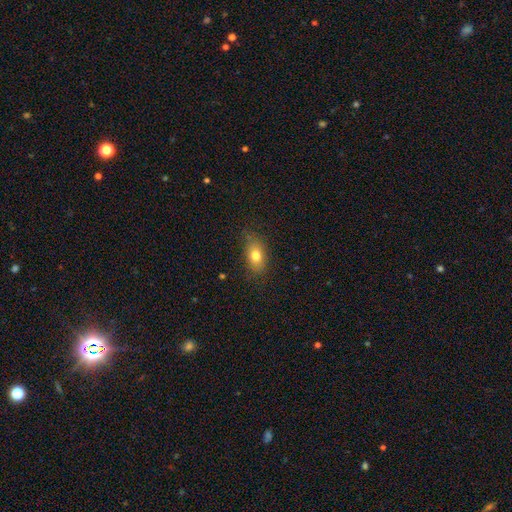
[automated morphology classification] type=smooth (78%); roundness=in between (83%); merging=none (78%).